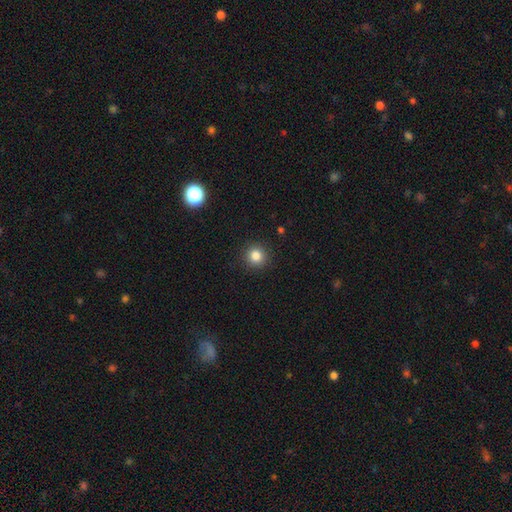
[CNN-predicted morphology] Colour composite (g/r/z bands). It shows a smooth galaxy with no disk features (83%) that is round (94%). Merging: none (91%).